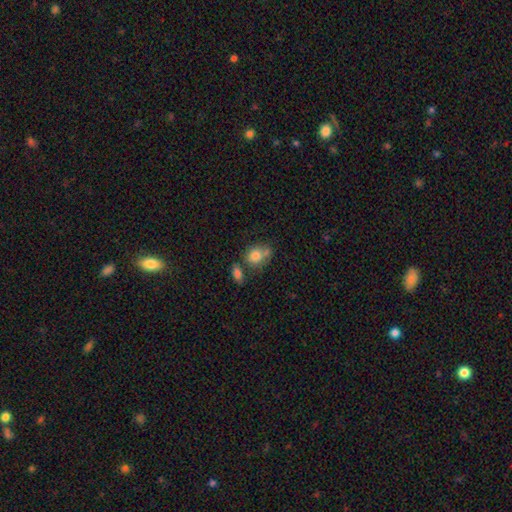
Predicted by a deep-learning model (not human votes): This appears to be a smooth galaxy with no disk features (79%) that is round (60%). Merging: none (43%).